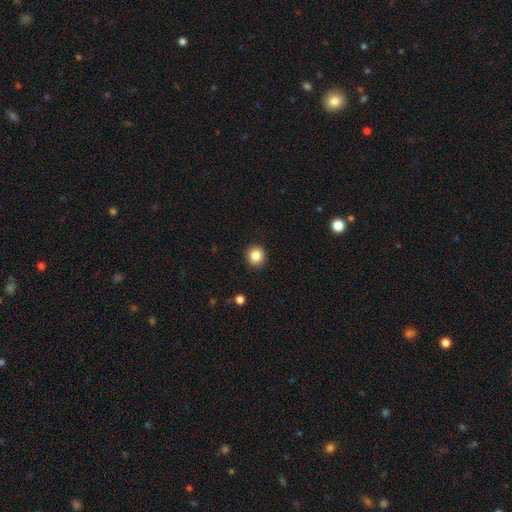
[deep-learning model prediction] Smooth or featured?
  - smooth: 86% *
  - star or artifact: 10%
  - featured or disk: 5%
How rounded?
  - round: 90% *
  - in between: 9%
  - cigar-shaped: 1%
Merging?
  - none: 91% *
  - minor disturbance: 6%
  - major disturbance: 2%
  - merger: 1%